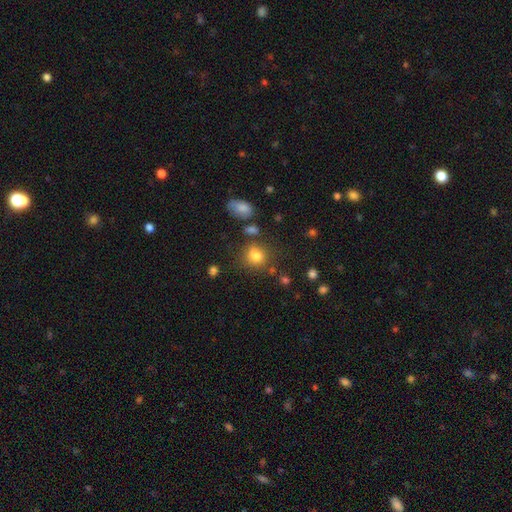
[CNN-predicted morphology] type=smooth (79%); roundness=round (76%); merging=none (71%).